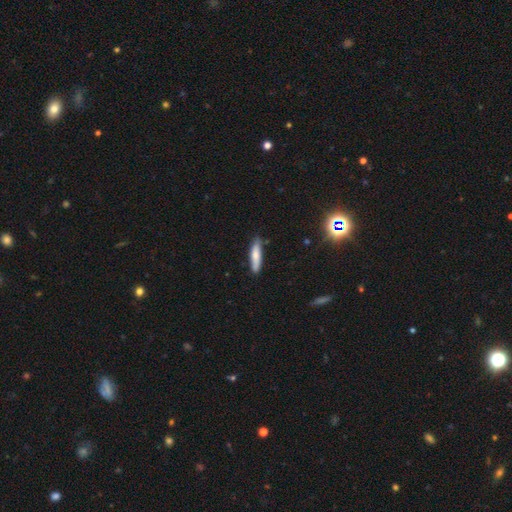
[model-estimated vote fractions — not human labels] A smooth galaxy with no disk features (70%) that is cigar-shaped (80%).

Vote fractions:
- Smooth or featured? smooth: 70% / featured or disk: 24% / star or artifact: 6%
- How rounded? cigar-shaped: 80% / in between: 19% / round: 1%
- Merging? none: 80% / minor disturbance: 15% / major disturbance: 2% / merger: 2%